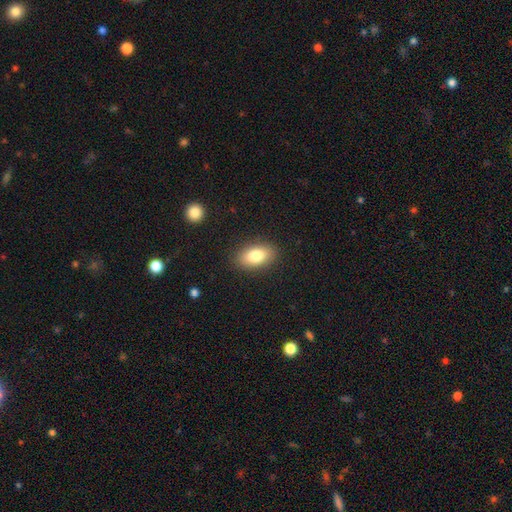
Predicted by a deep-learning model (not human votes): A smooth galaxy with no disk features (82%) that is in between round and cigar-shaped (91%).

Vote fractions:
- Smooth or featured? smooth: 82% / featured or disk: 11% / star or artifact: 8%
- How rounded? in between: 91% / round: 6% / cigar-shaped: 3%
- Merging? none: 88% / minor disturbance: 9% / major disturbance: 3% / merger: 1%